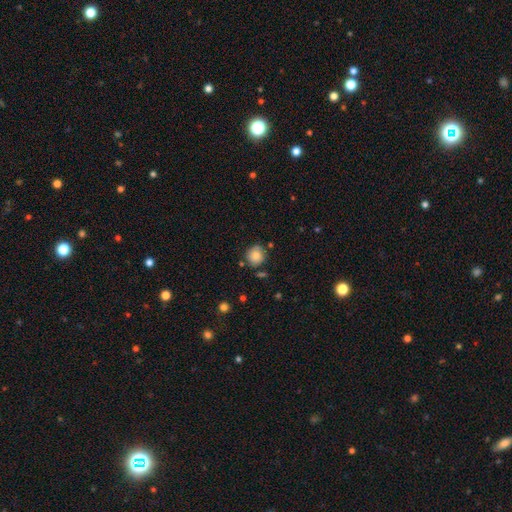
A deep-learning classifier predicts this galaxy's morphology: smooth_or_featured: smooth (p=0.83) [alt: star or artifact p=0.10]
how_rounded: round (p=0.88) [alt: in between p=0.11]
merging: none (p=0.79) [alt: minor disturbance p=0.13]